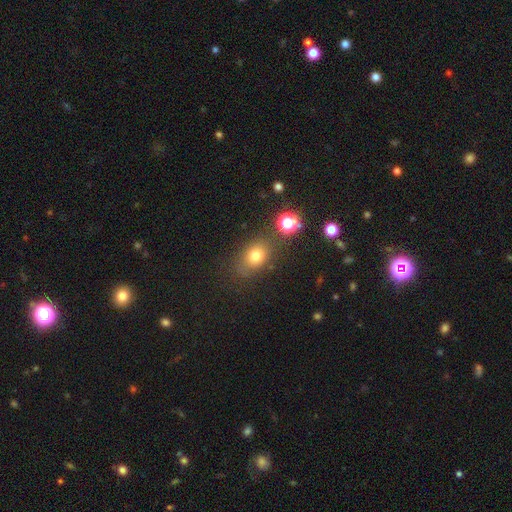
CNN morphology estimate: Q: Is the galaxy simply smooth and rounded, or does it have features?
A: smooth — 74%.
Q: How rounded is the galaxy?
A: in between — 62%.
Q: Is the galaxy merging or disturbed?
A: none — 72%.